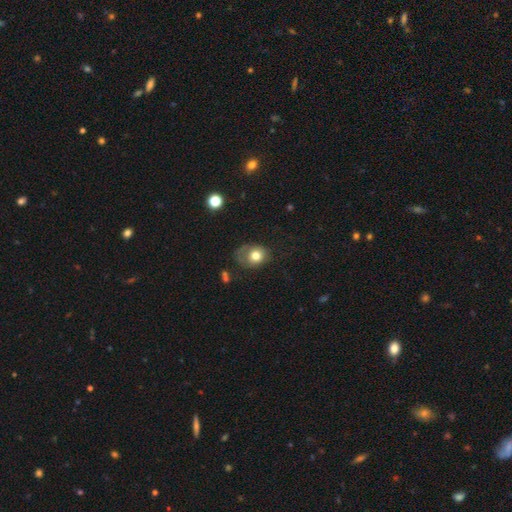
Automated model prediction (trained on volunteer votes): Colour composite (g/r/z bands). It shows a smooth galaxy with no disk features (71%) that is round (55%). Merging: none (39%).